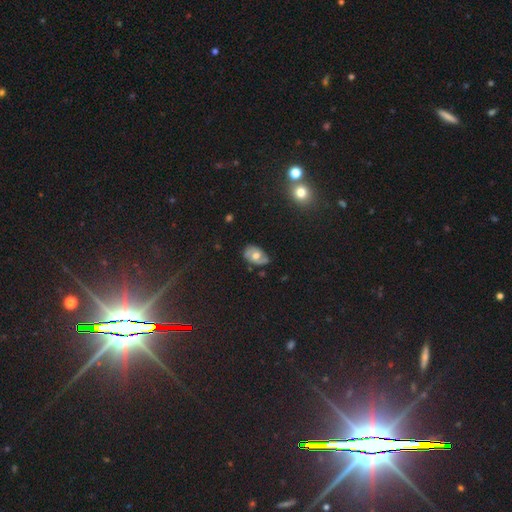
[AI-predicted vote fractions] A featured or disk galaxy (49%). Merging: none (68%).